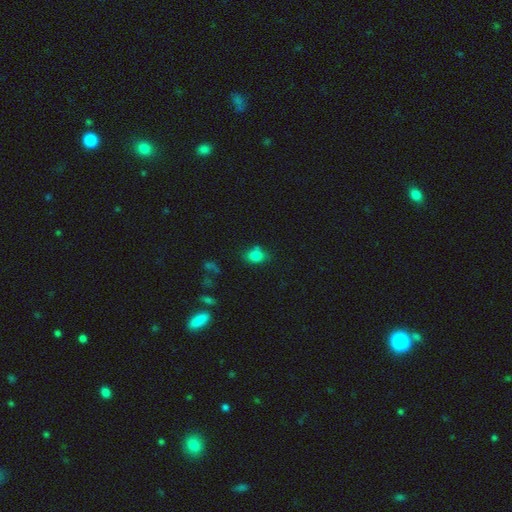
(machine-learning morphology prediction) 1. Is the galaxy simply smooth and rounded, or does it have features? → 80% smooth, 13% star or artifact, 8% featured or disk.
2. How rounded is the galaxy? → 53% in between, 45% round, 2% cigar-shaped.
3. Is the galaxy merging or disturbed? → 67% none, 19% minor disturbance, 9% merger, 5% major disturbance.